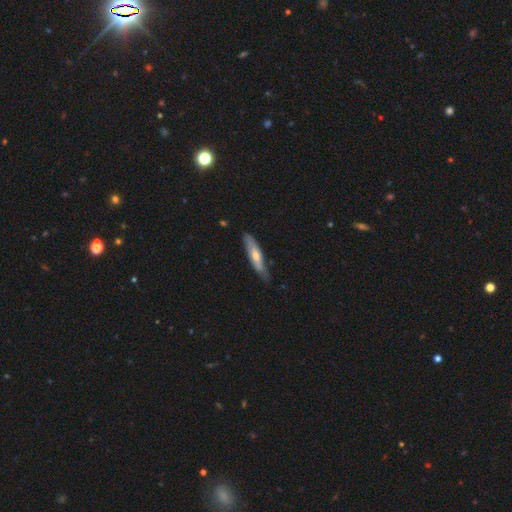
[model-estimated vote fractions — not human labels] This appears to be a smooth galaxy with no disk features (52%) that is cigar-shaped (79%). Merging: none (75%).